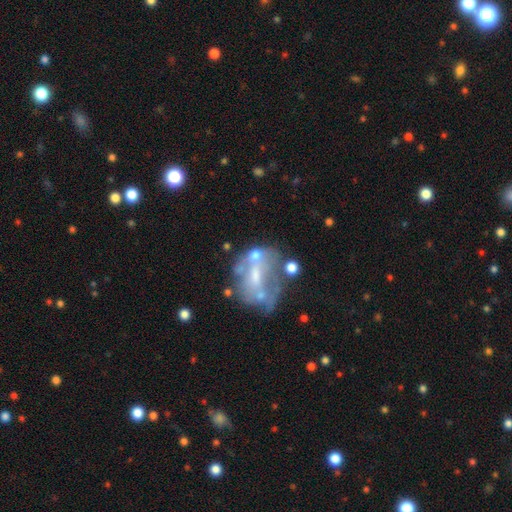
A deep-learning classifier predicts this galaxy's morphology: Overall: featured or disk (56%; smooth 30%). Edge-on disk: no (97%). Bar: no (67%). Spiral arms: no (84%). Bulge size: moderate (34%; none 31%). Merging: none (30%; major disturbance 27%).